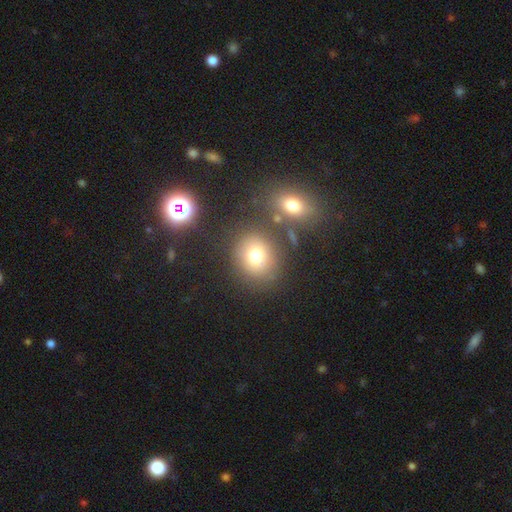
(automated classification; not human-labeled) This appears to be a smooth galaxy with no disk features (74%) that is round (76%). Merging: none (76%).